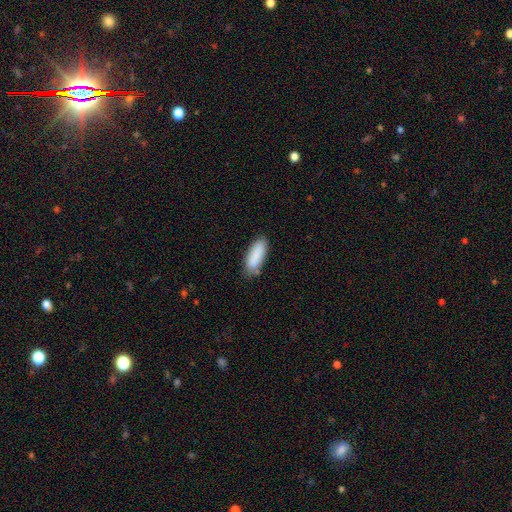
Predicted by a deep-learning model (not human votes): This appears to be a smooth galaxy with no disk features (88%) that is in between round and cigar-shaped (73%). Merging: none (77%).